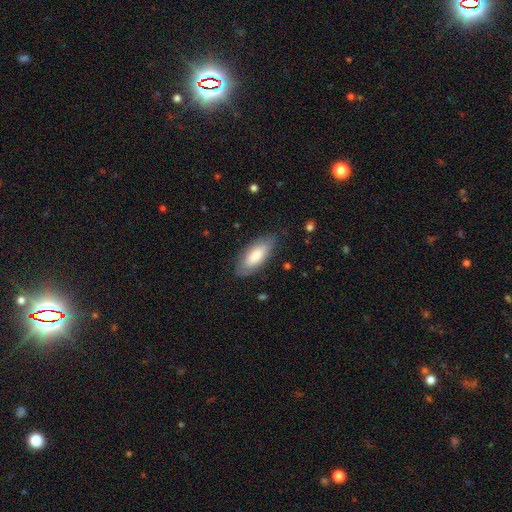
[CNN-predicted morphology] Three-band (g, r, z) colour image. It shows a smooth galaxy with no disk features (78%) that is in between round and cigar-shaped (83%). Merging: none (79%).